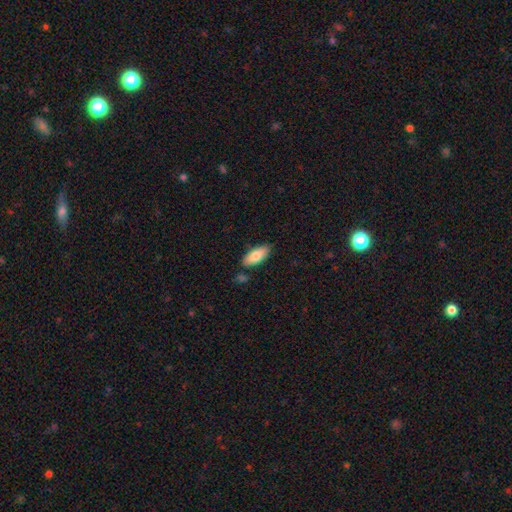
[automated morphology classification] A smooth galaxy with no disk features (79%) that is in between round and cigar-shaped (86%). Merging: none (80%).